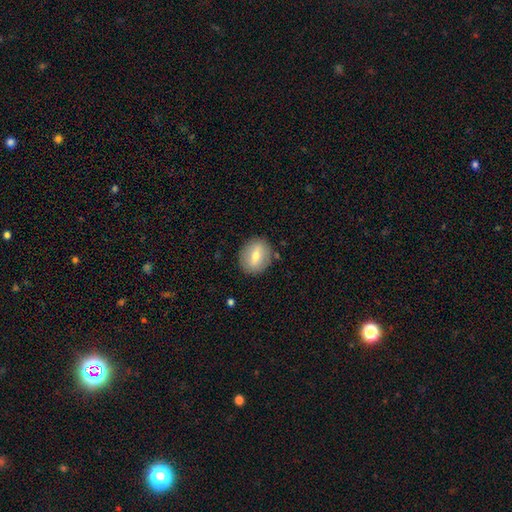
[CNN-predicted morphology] smooth_or_featured: smooth (p=0.61) [alt: featured or disk p=0.31]
how_rounded: round (p=0.62) [alt: in between p=0.37]
merging: none (p=0.86) [alt: minor disturbance p=0.10]